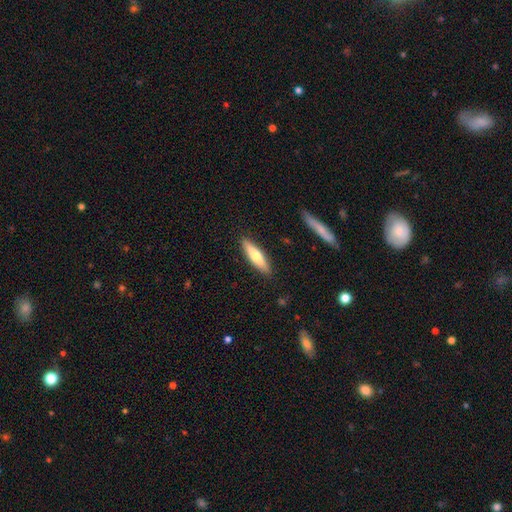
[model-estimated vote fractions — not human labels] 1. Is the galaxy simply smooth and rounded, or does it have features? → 64% smooth, 31% featured or disk, 6% star or artifact.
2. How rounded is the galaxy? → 72% cigar-shaped, 26% in between, 2% round.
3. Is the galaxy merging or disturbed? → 88% none, 8% minor disturbance, 2% major disturbance, 2% merger.